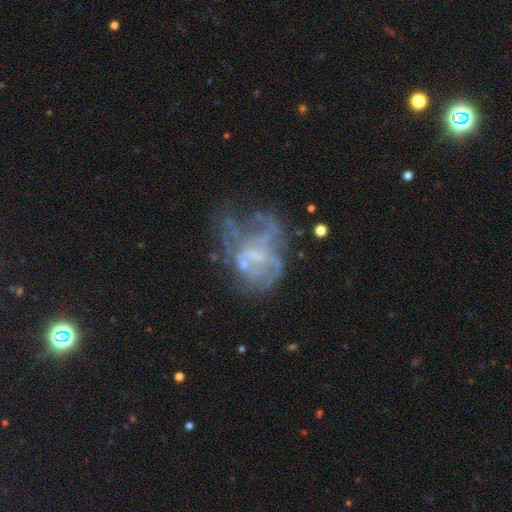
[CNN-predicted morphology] type=featured or disk (66%); edge-on=no (98%); bar=no (66%); spiral arms=no (71%); bulge=none (53%); merging=major disturbance (40%).